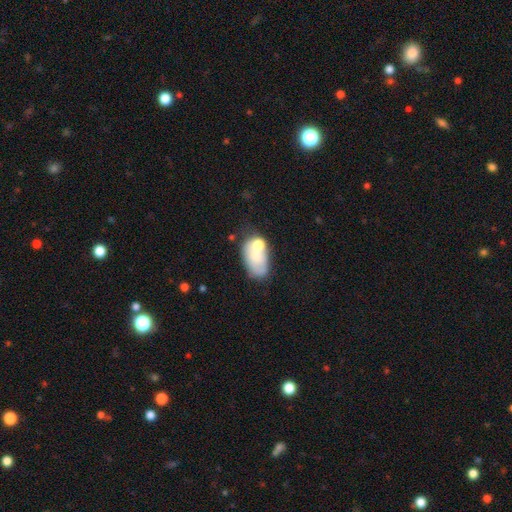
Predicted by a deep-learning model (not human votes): A smooth galaxy with no disk features (61%) that is in between round and cigar-shaped (89%). Merging: none (37%).